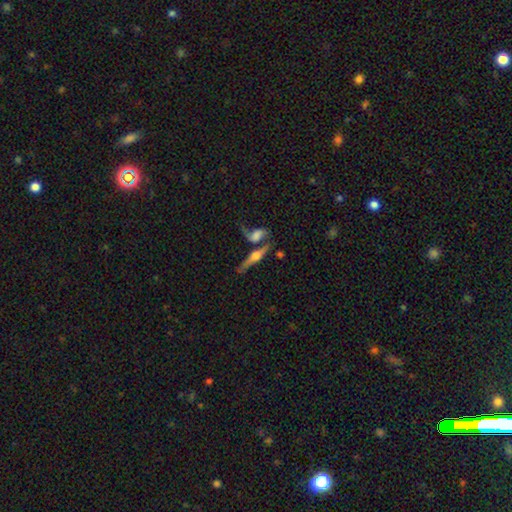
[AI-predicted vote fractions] The model was most divided on "merging": none: 47%, merger: 32%, minor disturbance: 13%, major disturbance: 8%. More confident: edge-on bulge — rounded (89%); edge-on disk — yes (86%); smooth or featured — featured or disk (69%).